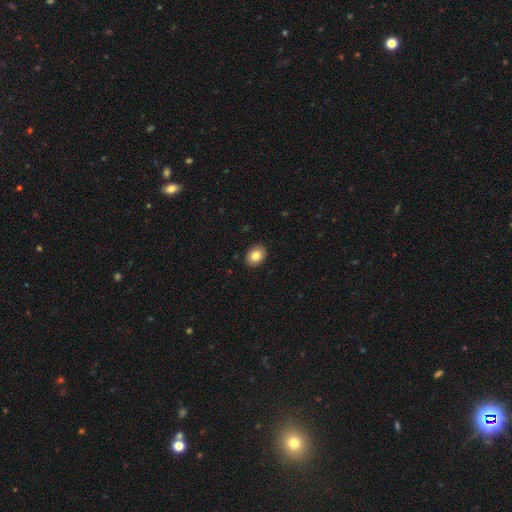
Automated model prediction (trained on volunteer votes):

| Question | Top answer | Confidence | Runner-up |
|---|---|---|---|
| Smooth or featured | smooth | 83% | star or artifact (9%) |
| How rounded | in between | 61% | round (38%) |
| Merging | none | 91% | minor disturbance (7%) |